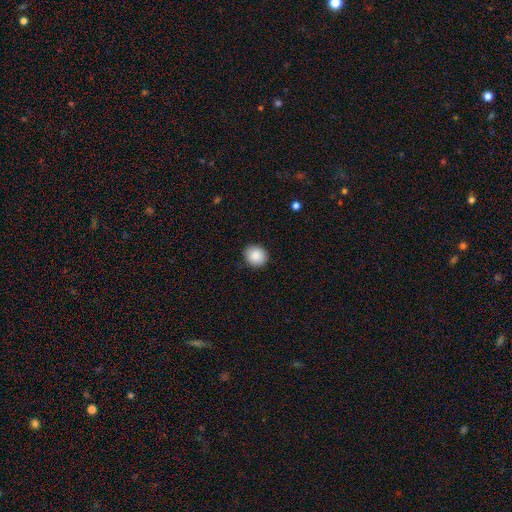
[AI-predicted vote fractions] Smooth or featured: smooth — 88% (star or artifact — 8%)
How rounded: round — 81% (in between — 18%)
Merging: none — 88% (minor disturbance — 9%)